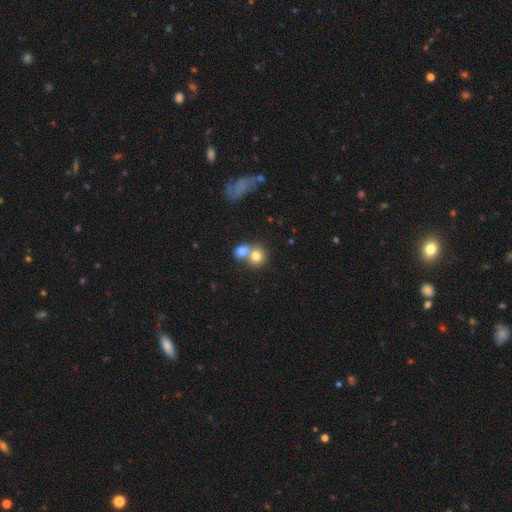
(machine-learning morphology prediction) Smooth or featured? smooth (77%)
How rounded? round (79%)
Merging? merger (59%)